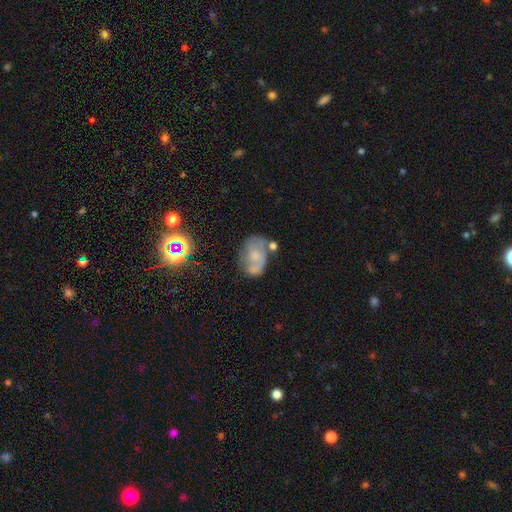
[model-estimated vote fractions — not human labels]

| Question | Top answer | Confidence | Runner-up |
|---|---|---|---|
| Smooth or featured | featured or disk | 53% | smooth (37%) |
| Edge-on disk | no | 97% | yes (3%) |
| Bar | no | 75% | weak (21%) |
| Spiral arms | yes | 66% | no (34%) |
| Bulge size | small | 41% | moderate (36%) |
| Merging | none | 45% | minor disturbance (25%) |